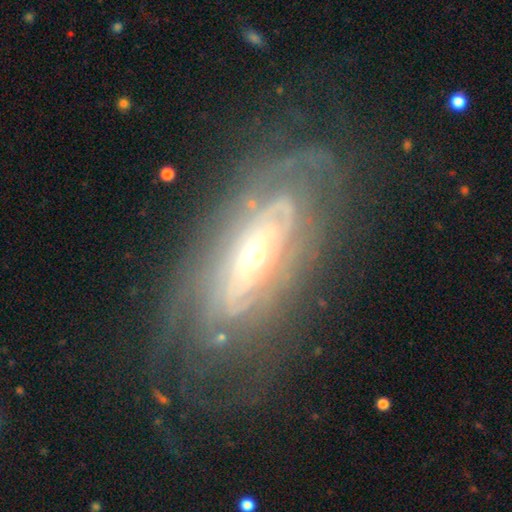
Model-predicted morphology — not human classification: A featured or disk galaxy (84%) with no bar (58%), tight (72%) spiral arms (84%) and a small central bulge (55%).

Vote fractions:
- Smooth or featured? featured or disk: 84% / smooth: 10% / star or artifact: 6%
- Edge-on disk? no: 86% / yes: 14%
- Bar? no: 58% / weak: 25% / strong: 18%
- Spiral arms? yes: 84% / no: 16%
- Spiral winding? tight: 72% / medium: 21% / loose: 7%
- Spiral arm count? can't tell: 55% / 2: 17% / 3: 9% / 4: 7% / more than 4: 7% / 1: 5%
- Bulge size? small: 55% / moderate: 39% / large: 4% / dominant: 1% / none: 1%
- Merging? none: 70% / minor disturbance: 17% / major disturbance: 11% / merger: 2%